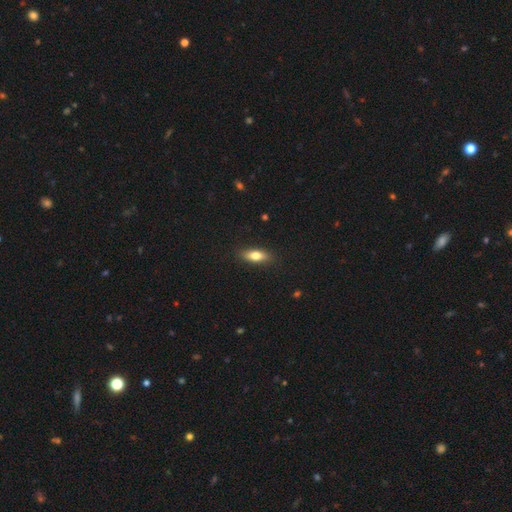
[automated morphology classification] smooth-or-featured: smooth: 75% | featured or disk: 18% | star or artifact: 7%
  how-rounded: in between: 71% | cigar-shaped: 25% | round: 4%
  merging: none: 86% | minor disturbance: 10% | major disturbance: 2% | merger: 1%